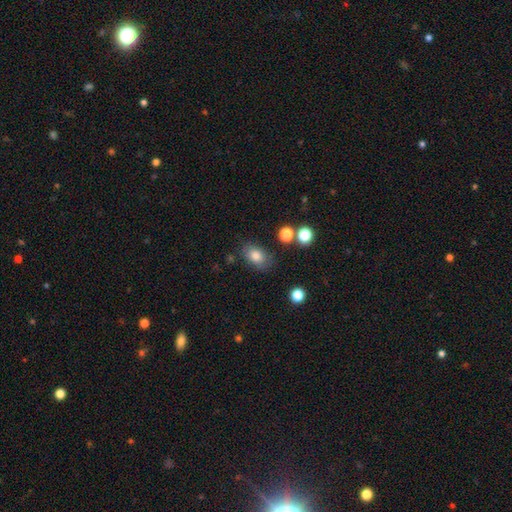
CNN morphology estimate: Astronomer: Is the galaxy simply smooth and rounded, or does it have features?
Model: smooth — 81%.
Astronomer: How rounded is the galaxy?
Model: in between — 81%.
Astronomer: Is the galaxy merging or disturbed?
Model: none — 75%.